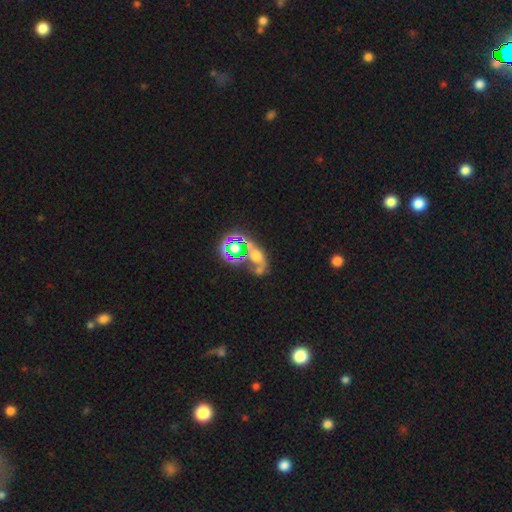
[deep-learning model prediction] Smooth or featured?
  - star or artifact: 42% *
  - smooth: 32%
  - featured or disk: 26%